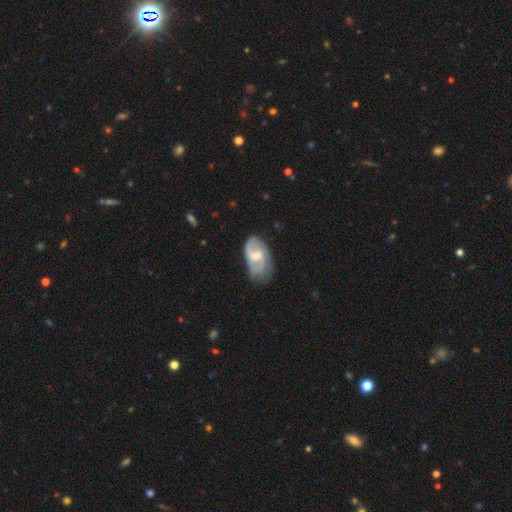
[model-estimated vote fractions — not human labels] Overall: featured or disk (68%). Edge-on disk: no (96%). Bar: weak (54%; no 34%). Spiral arms: yes (88%). Spiral arm count: 2 (68%). Spiral winding: medium (47%; loose 27%). Bulge size: moderate (47%; small 41%). Merging: none (54%; minor disturbance 30%).